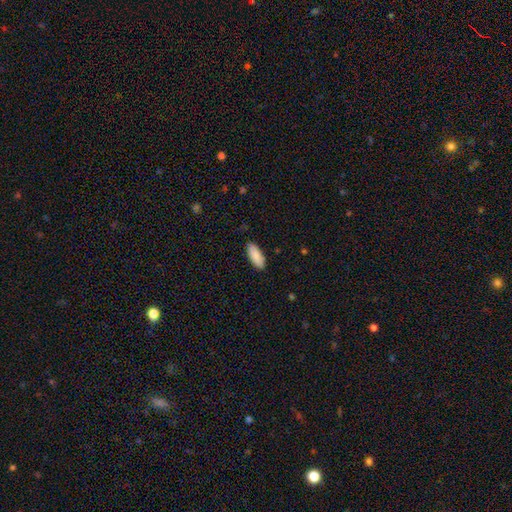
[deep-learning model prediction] Morphology: type=smooth (90%); roundness=in between (78%); merging=none (88%).